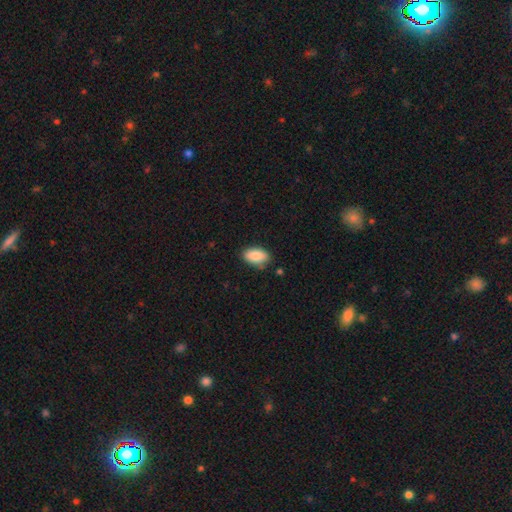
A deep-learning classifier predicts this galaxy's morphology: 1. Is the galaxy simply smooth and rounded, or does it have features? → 86% smooth, 7% star or artifact, 7% featured or disk.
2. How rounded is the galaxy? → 92% in between, 5% round, 3% cigar-shaped.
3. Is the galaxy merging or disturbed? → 78% none, 17% minor disturbance, 3% major disturbance, 2% merger.